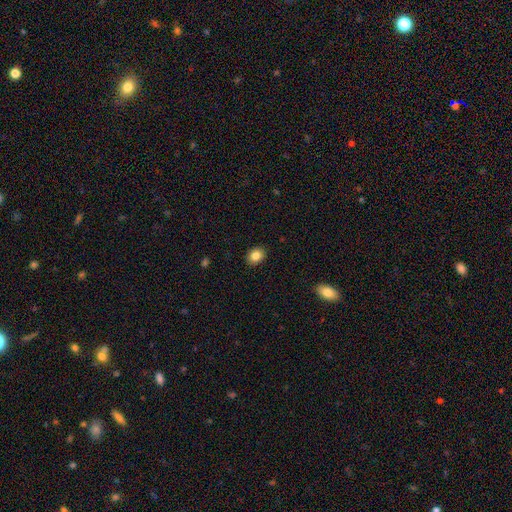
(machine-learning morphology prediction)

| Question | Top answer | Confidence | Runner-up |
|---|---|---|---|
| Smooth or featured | smooth | 84% | star or artifact (9%) |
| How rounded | in between | 52% | round (47%) |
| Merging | none | 90% | minor disturbance (7%) |